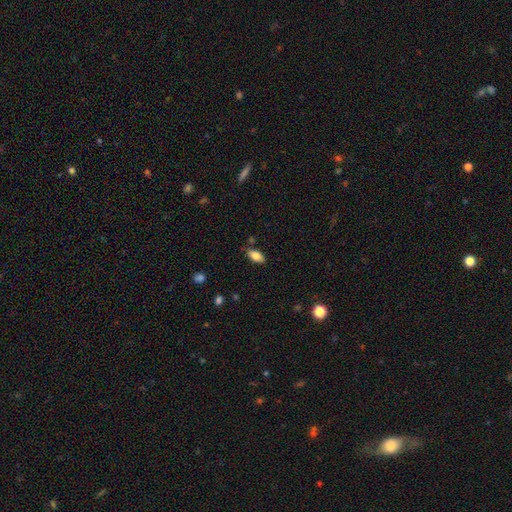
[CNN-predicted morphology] A smooth galaxy with no disk features (82%) that is in between round and cigar-shaped (90%). Merging: none (81%).